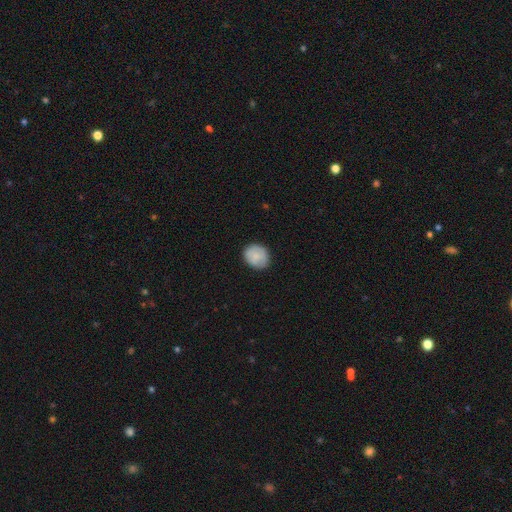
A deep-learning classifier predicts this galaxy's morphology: Overall: smooth (79%). How rounded: round (71%). Merging: none (82%).